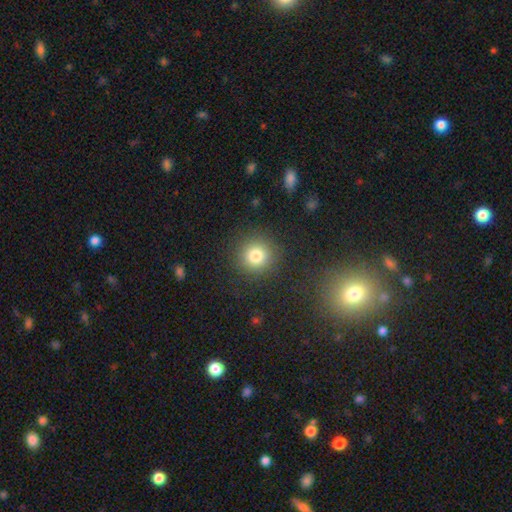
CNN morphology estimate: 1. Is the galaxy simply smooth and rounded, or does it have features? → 81% smooth, 12% star or artifact, 7% featured or disk.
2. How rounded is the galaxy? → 92% round, 7% in between, 1% cigar-shaped.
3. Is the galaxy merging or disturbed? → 88% none, 7% minor disturbance, 3% major disturbance, 1% merger.